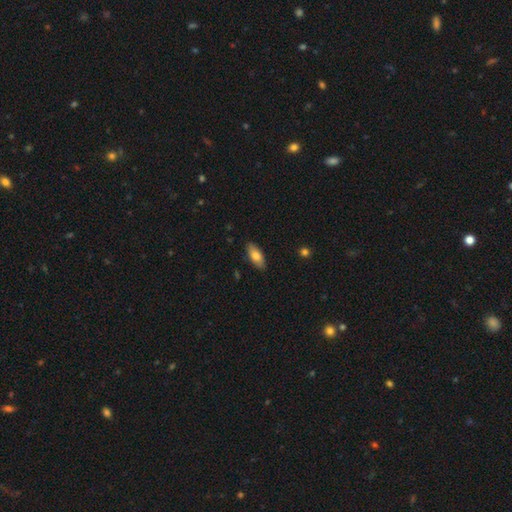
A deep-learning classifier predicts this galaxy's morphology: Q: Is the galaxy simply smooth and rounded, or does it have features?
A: smooth — 74%.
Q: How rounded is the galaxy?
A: in between — 82%.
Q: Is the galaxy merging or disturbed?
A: none — 88%.